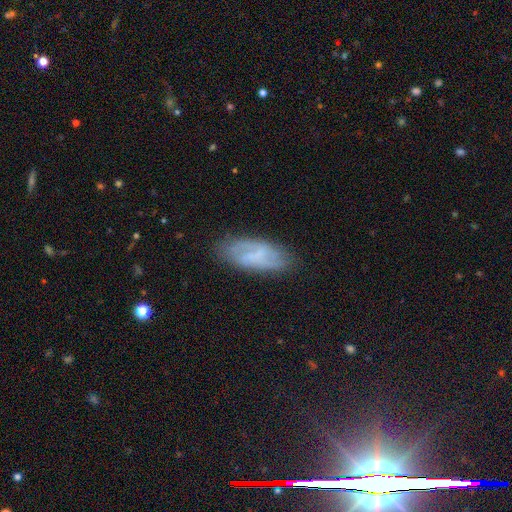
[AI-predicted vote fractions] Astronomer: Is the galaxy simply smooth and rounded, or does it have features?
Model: featured or disk — 53% (runner-up: smooth, 38%).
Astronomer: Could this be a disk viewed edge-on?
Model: no — 89%.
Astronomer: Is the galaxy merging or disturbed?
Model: none — 75%.